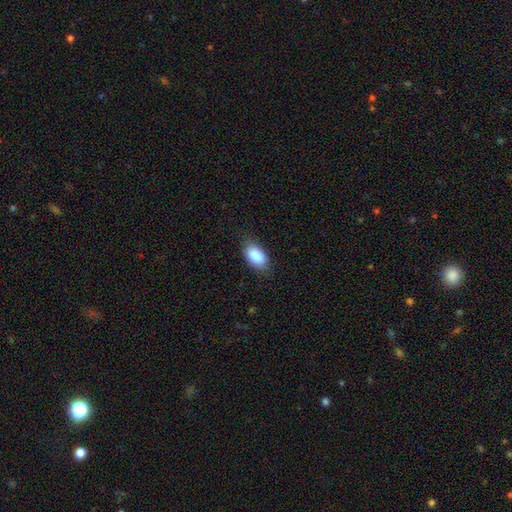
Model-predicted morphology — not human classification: smooth-or-featured: smooth: 87% | star or artifact: 7% | featured or disk: 6%
  how-rounded: in between: 92% | round: 4% | cigar-shaped: 3%
  merging: none: 78% | minor disturbance: 17% | major disturbance: 3% | merger: 1%